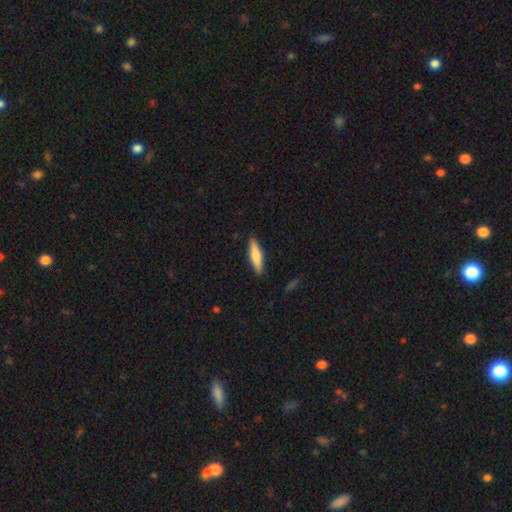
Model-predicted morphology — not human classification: Smooth or featured: smooth — 64% (featured or disk — 31%)
How rounded: cigar-shaped — 72% (in between — 26%)
Merging: none — 89% (minor disturbance — 8%)